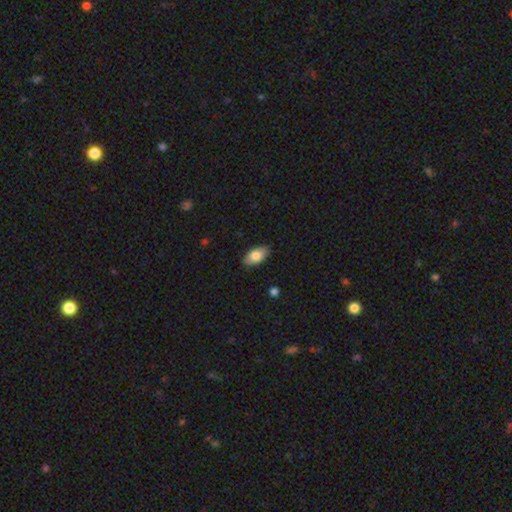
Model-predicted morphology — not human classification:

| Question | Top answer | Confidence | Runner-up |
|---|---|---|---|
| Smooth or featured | smooth | 79% | featured or disk (15%) |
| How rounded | in between | 93% | cigar-shaped (4%) |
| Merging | none | 86% | minor disturbance (11%) |